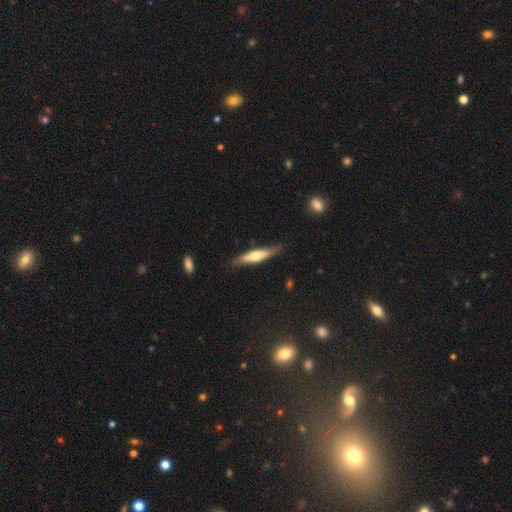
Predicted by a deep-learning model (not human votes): featured or disk 53%, smooth 42%, star or artifact 5%. Down the decision tree: edge-on disk — yes (91%); merging — none (80%).